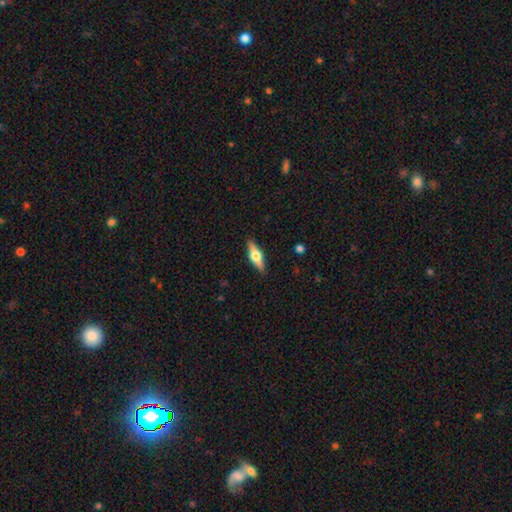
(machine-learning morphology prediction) type=featured or disk (58%); edge-on=yes (95%); edge-on bulge=rounded (95%); merging=none (89%).